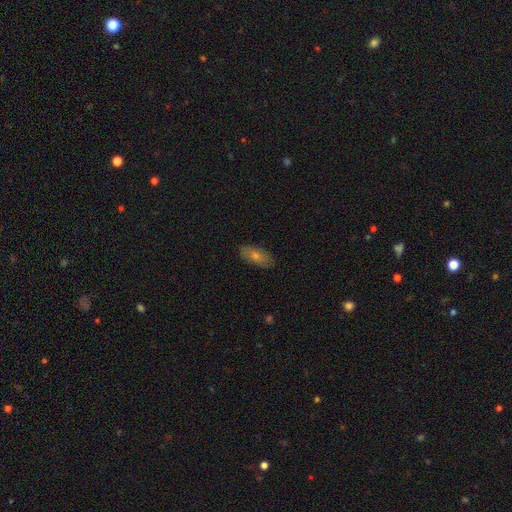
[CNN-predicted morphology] smooth 59%, featured or disk 30%, star or artifact 11%. Down the decision tree: how rounded — in between (82%); merging — none (86%).